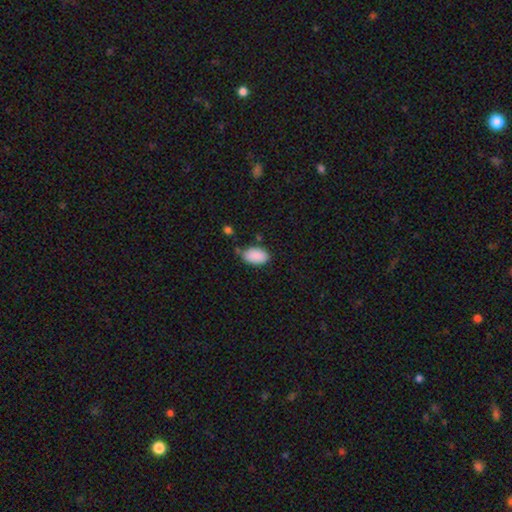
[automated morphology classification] Smooth or featured? Predicted: smooth (p=0.90). How rounded? Predicted: in between (p=0.94). Merging? Predicted: none (p=0.72).